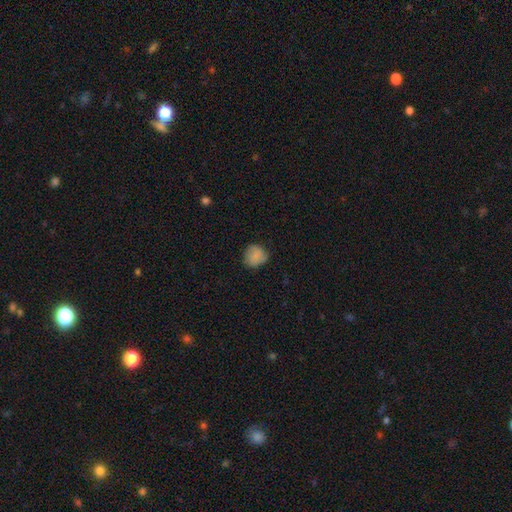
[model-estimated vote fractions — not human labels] Smooth or featured?
  - smooth: 83% *
  - featured or disk: 9%
  - star or artifact: 8%
How rounded?
  - round: 84% *
  - in between: 15%
  - cigar-shaped: 1%
Merging?
  - none: 75% *
  - minor disturbance: 19%
  - major disturbance: 4%
  - merger: 1%